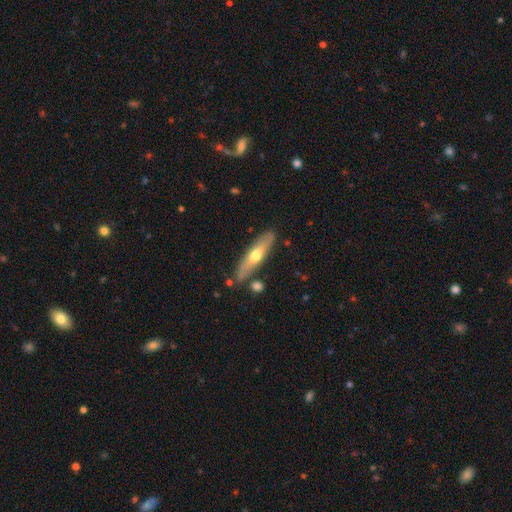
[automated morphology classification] Smooth or featured?
  - featured or disk: 48% *
  - smooth: 46%
  - star or artifact: 5%
Merging?
  - none: 81% *
  - minor disturbance: 12%
  - merger: 5%
  - major disturbance: 3%